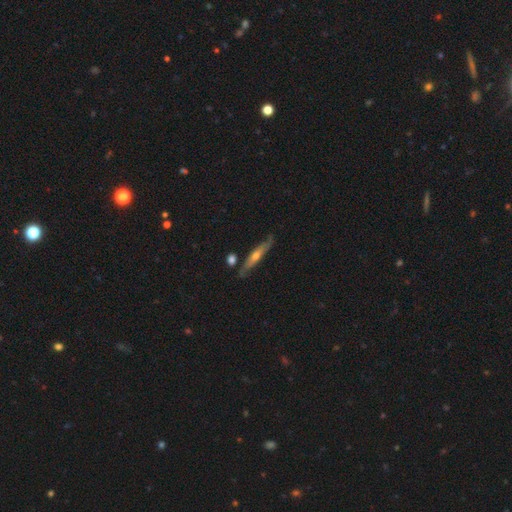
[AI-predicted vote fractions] This appears to be a featured or disk galaxy (67%) viewed edge-on (88%) with a rounded central bulge (79%). Merging: none (80%).